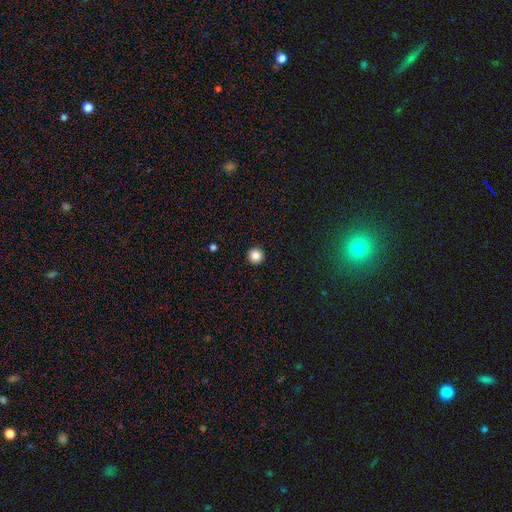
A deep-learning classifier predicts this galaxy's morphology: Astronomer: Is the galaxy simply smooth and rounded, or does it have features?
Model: smooth — 85%.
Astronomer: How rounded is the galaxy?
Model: round — 96%.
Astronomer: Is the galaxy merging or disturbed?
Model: none — 94%.